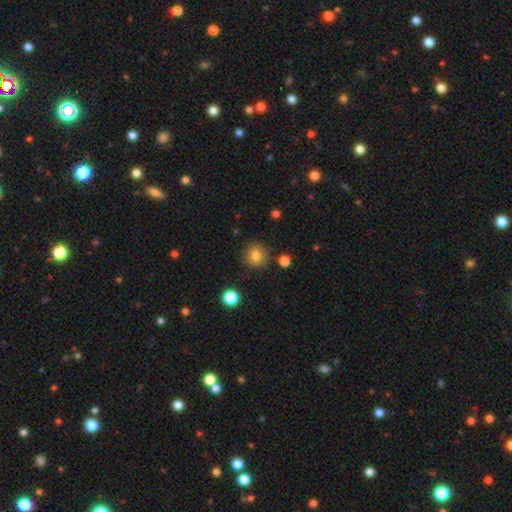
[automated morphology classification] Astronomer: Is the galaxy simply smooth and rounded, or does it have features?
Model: smooth — 82%.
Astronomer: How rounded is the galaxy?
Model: round — 92%.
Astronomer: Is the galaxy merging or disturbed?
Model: none — 87%.